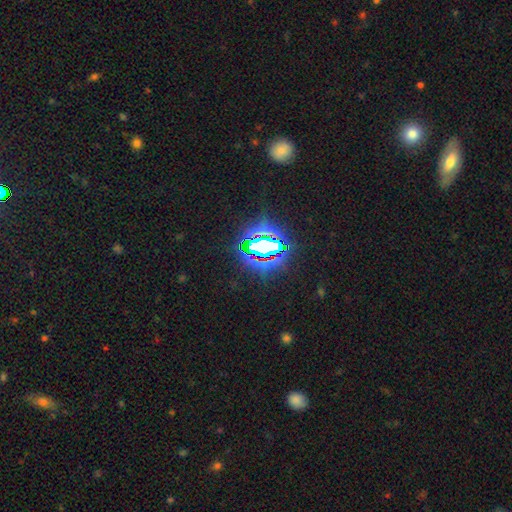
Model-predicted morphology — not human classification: Overall: star or artifact (75%).